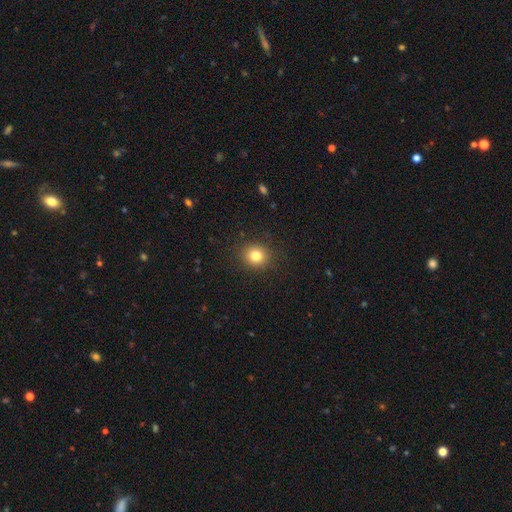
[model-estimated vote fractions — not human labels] This appears to be a smooth galaxy with no disk features (81%) that is round (80%). Merging: none (89%).